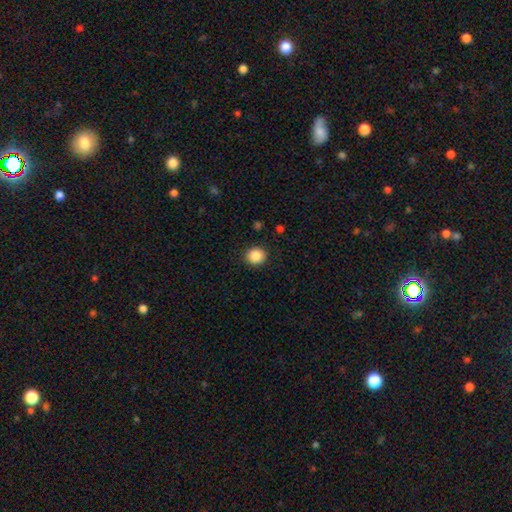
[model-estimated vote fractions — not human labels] The model was most divided on "how rounded": round: 85%, in between: 14%, cigar-shaped: 1%. More confident: merging — none (90%); smooth or featured — smooth (87%).